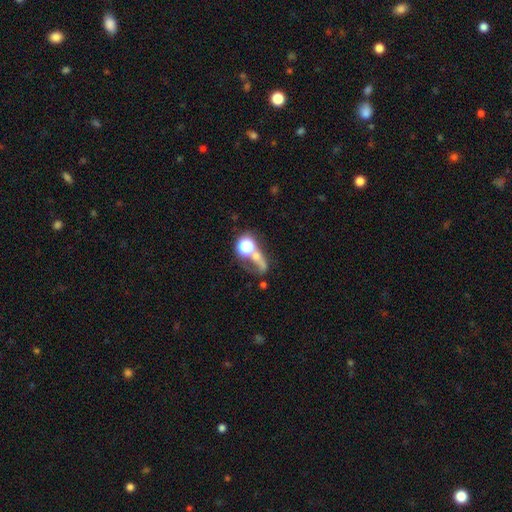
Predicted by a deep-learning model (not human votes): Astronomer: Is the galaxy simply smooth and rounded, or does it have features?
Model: star or artifact — 38% (runner-up: smooth, 37%).